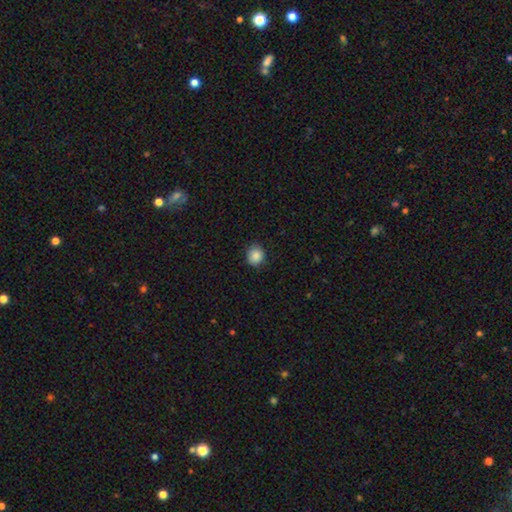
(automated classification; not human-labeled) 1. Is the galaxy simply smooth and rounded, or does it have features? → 86% smooth, 9% star or artifact, 5% featured or disk.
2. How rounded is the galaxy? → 77% round, 22% in between, 1% cigar-shaped.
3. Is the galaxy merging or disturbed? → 84% none, 12% minor disturbance, 2% major disturbance, 1% merger.